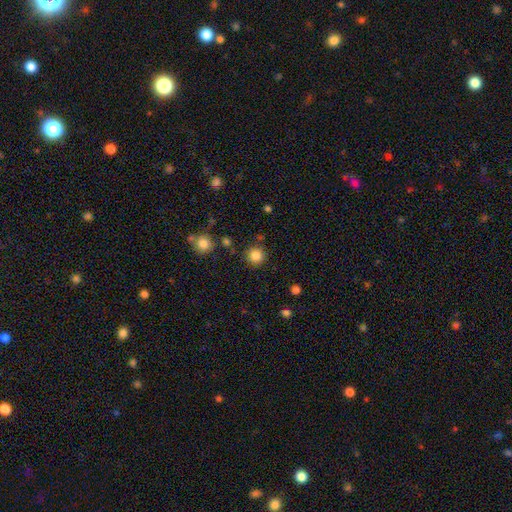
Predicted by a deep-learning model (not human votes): Smooth or featured?
  - smooth: 84% *
  - star or artifact: 11%
  - featured or disk: 4%
How rounded?
  - round: 94% *
  - in between: 5%
  - cigar-shaped: 1%
Merging?
  - none: 87% *
  - minor disturbance: 7%
  - merger: 3%
  - major disturbance: 3%